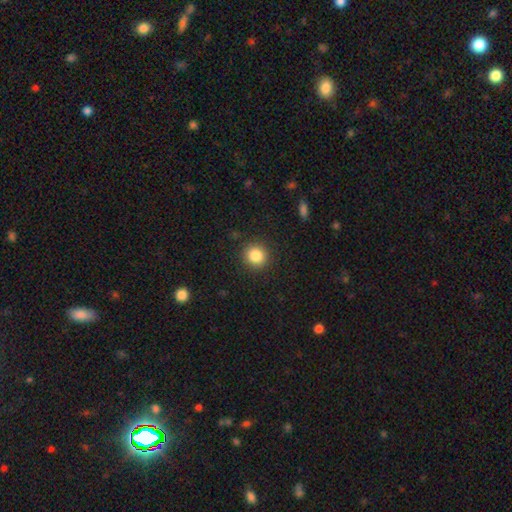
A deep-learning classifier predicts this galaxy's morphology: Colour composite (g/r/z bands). It shows a smooth galaxy with no disk features (85%) that is round (91%). Merging: none (90%).